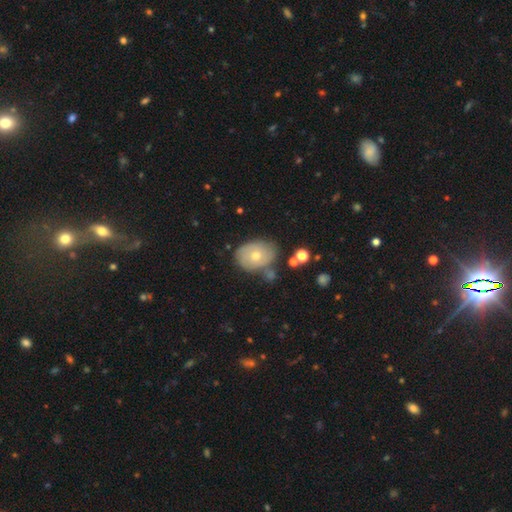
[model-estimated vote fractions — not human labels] A smooth galaxy with no disk features (57%) that is in between round and cigar-shaped (65%). Merging: none (61%).